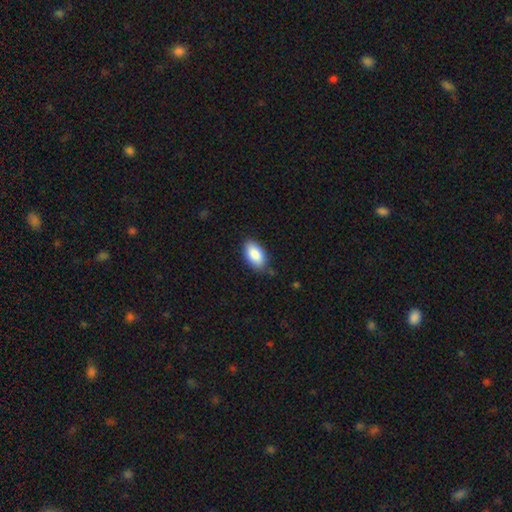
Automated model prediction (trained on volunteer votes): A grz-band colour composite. It shows a smooth galaxy with no disk features (87%) that is in between round and cigar-shaped (94%). Merging: none (82%).